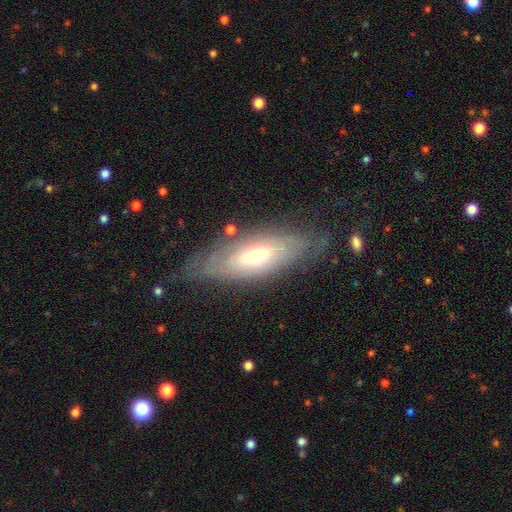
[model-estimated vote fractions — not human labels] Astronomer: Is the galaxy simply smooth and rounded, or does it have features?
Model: featured or disk — 57% (runner-up: smooth, 36%).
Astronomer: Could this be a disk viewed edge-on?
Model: no — 69%.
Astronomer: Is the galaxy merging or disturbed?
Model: none — 68%.